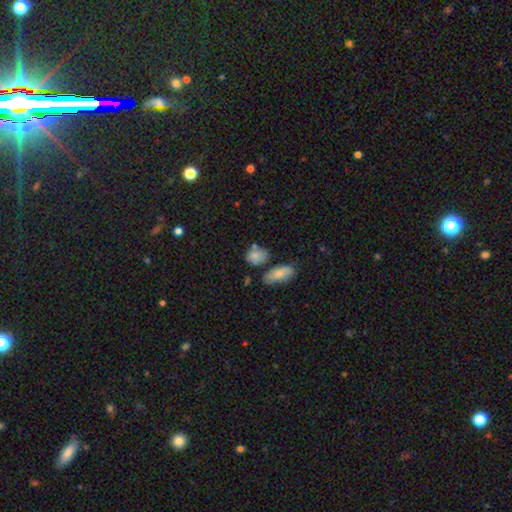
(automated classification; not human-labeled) Smooth or featured?
  - smooth: 79% *
  - featured or disk: 11%
  - star or artifact: 10%
How rounded?
  - in between: 52% *
  - round: 45%
  - cigar-shaped: 3%
Merging?
  - none: 56% *
  - minor disturbance: 20%
  - merger: 17%
  - major disturbance: 6%